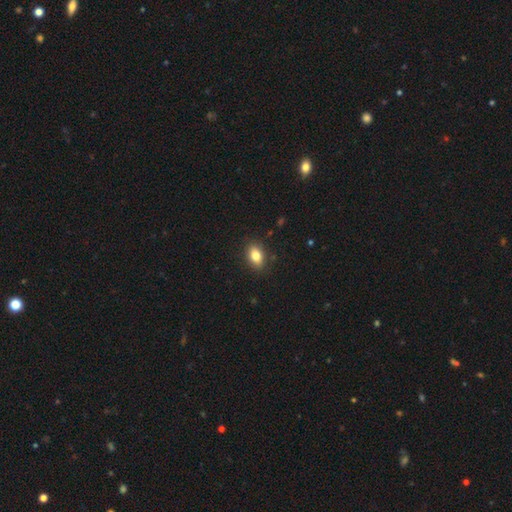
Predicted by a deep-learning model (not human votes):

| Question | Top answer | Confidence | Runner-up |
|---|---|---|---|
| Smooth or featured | smooth | 82% | featured or disk (10%) |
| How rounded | in between | 83% | round (14%) |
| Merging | none | 87% | minor disturbance (9%) |